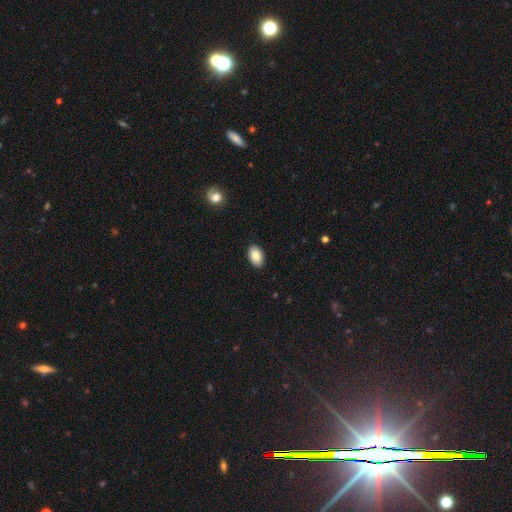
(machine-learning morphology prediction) type=smooth (86%); roundness=in between (93%); merging=none (90%).